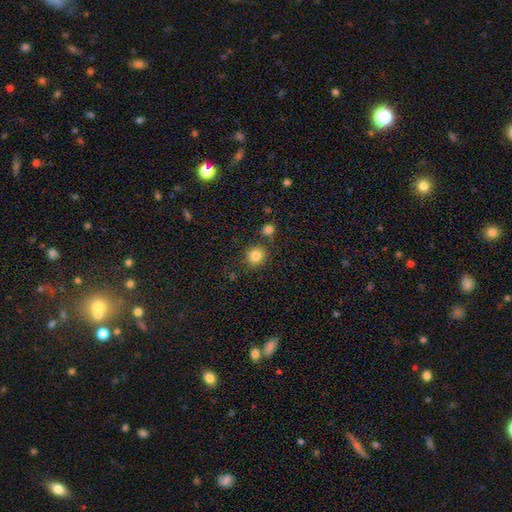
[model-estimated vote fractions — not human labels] Smooth or featured?
  - smooth: 84% *
  - star or artifact: 11%
  - featured or disk: 5%
How rounded?
  - round: 85% *
  - in between: 15%
  - cigar-shaped: 1%
Merging?
  - none: 81% *
  - minor disturbance: 9%
  - merger: 7%
  - major disturbance: 3%